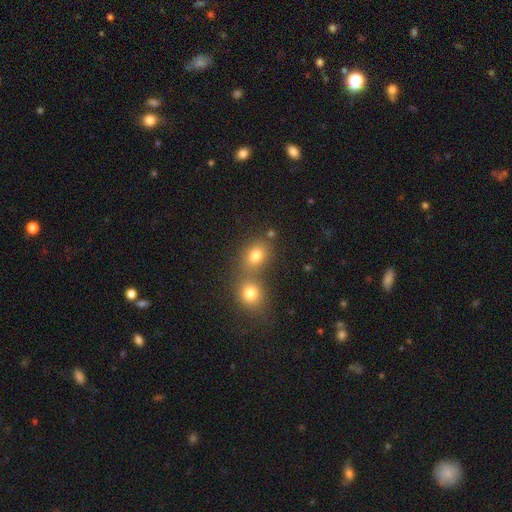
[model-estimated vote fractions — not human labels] This appears to be a smooth galaxy with no disk features (78%) that is round (54%). Merging: merger (46%).